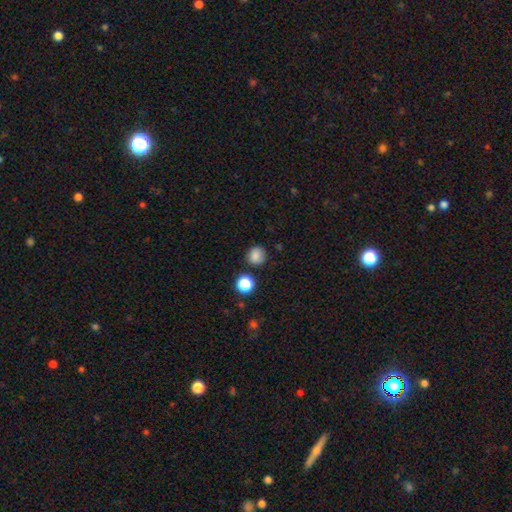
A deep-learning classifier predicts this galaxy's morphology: A smooth galaxy with no disk features (83%) that is round (85%).

Vote fractions:
- Smooth or featured? smooth: 83% / star or artifact: 12% / featured or disk: 4%
- How rounded? round: 85% / in between: 14% / cigar-shaped: 1%
- Merging? none: 83% / minor disturbance: 10% / merger: 4% / major disturbance: 3%